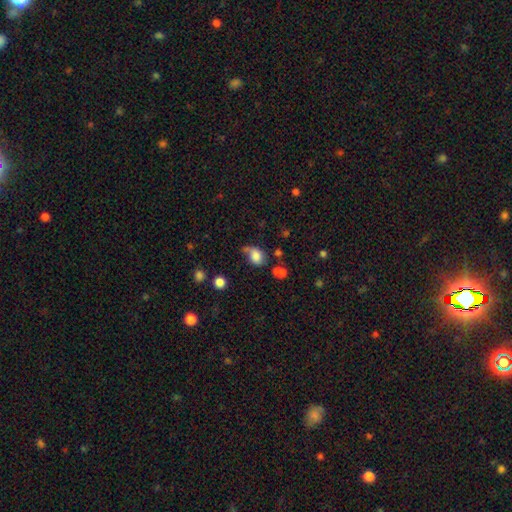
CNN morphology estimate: type=smooth (77%); roundness=in between (62%); merging=none (39%).